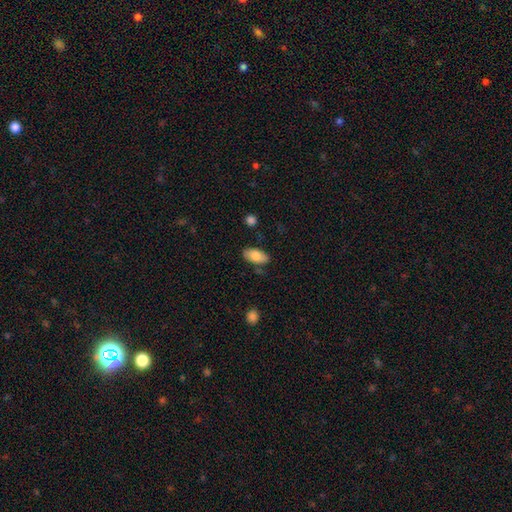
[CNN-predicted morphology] Smooth or featured: smooth — 81% (featured or disk — 13%)
How rounded: in between — 93% (cigar-shaped — 5%)
Merging: none — 80% (minor disturbance — 14%)